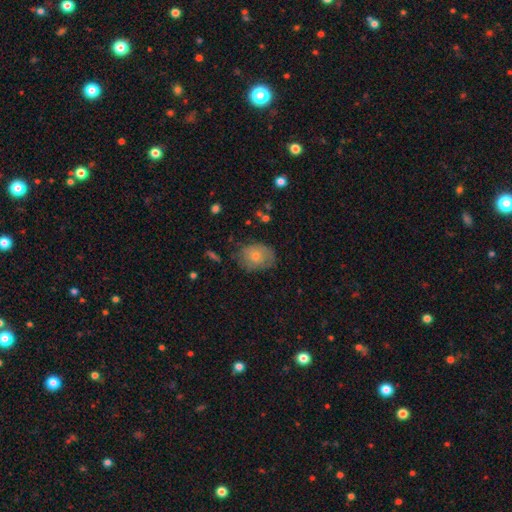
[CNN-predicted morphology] type=smooth (69%); roundness=in between (61%); merging=none (62%).